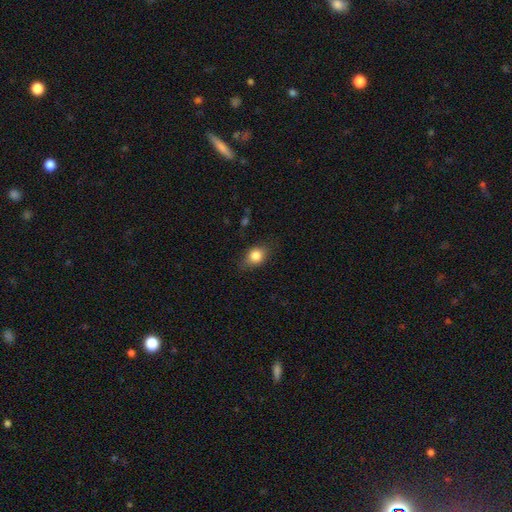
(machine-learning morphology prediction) This is clearly a smooth galaxy (80%). How rounded: likely in between (60%). Merging: likely none (75%).